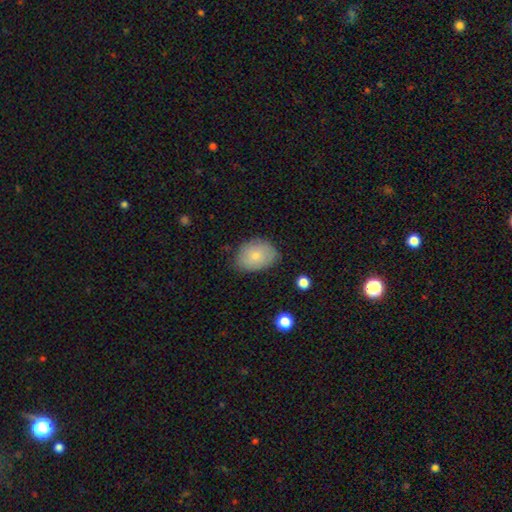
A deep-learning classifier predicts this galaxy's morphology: Smooth or featured? smooth (76%)
How rounded? in between (74%)
Merging? none (76%)